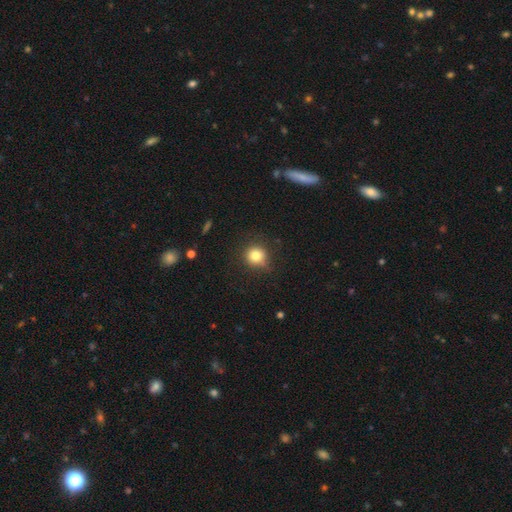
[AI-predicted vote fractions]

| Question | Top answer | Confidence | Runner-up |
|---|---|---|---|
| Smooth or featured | smooth | 81% | star or artifact (12%) |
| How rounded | round | 89% | in between (10%) |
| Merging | none | 76% | minor disturbance (17%) |